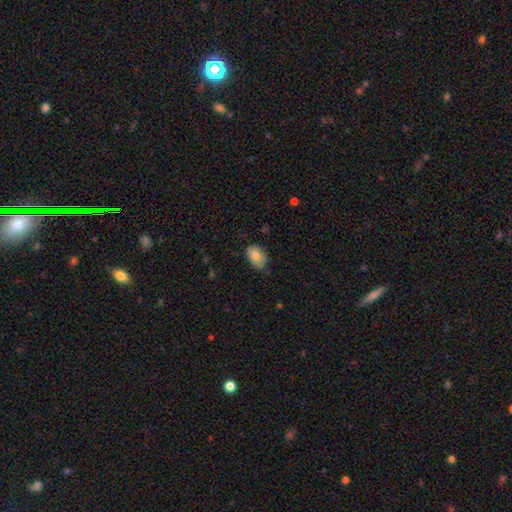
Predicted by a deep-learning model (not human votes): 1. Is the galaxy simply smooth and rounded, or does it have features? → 77% smooth, 16% featured or disk, 7% star or artifact.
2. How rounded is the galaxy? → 82% in between, 17% round, 1% cigar-shaped.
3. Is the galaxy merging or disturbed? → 67% none, 27% minor disturbance, 5% major disturbance, 1% merger.